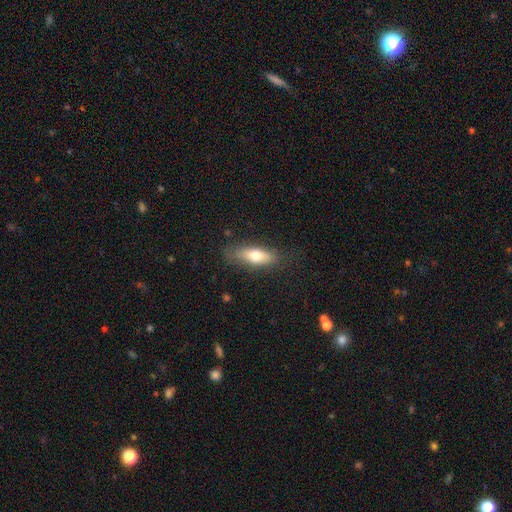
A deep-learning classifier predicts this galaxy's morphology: The model was most divided on "how rounded": in between: 64%, cigar-shaped: 33%, round: 3%. More confident: merging — none (77%); smooth or featured — smooth (68%).